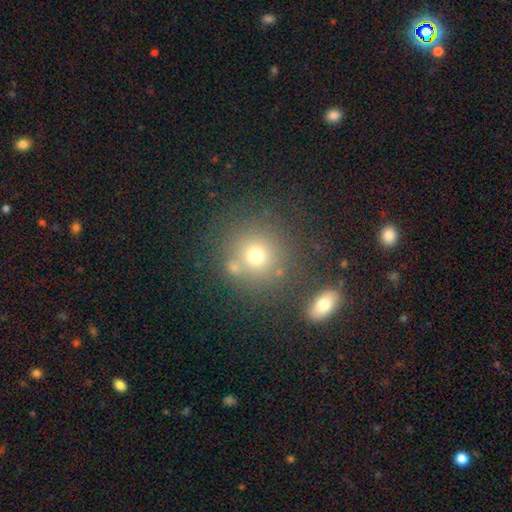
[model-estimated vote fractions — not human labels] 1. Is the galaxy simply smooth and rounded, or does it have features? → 70% smooth, 17% star or artifact, 13% featured or disk.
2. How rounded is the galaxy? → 89% round, 10% in between, 1% cigar-shaped.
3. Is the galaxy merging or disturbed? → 71% none, 14% merger, 10% minor disturbance, 5% major disturbance.